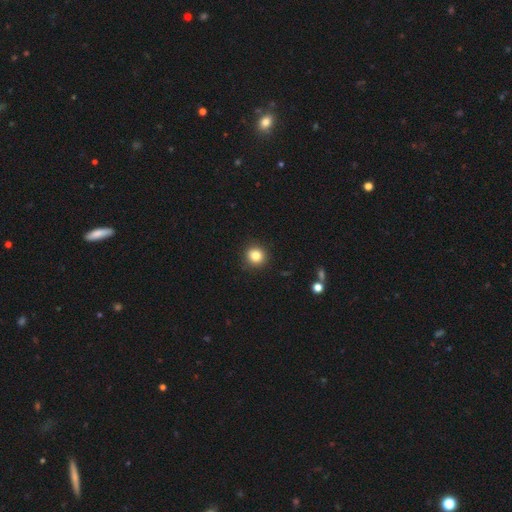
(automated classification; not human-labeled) Smooth or featured: smooth — 83% (star or artifact — 11%)
How rounded: round — 91% (in between — 9%)
Merging: none — 91% (minor disturbance — 6%)